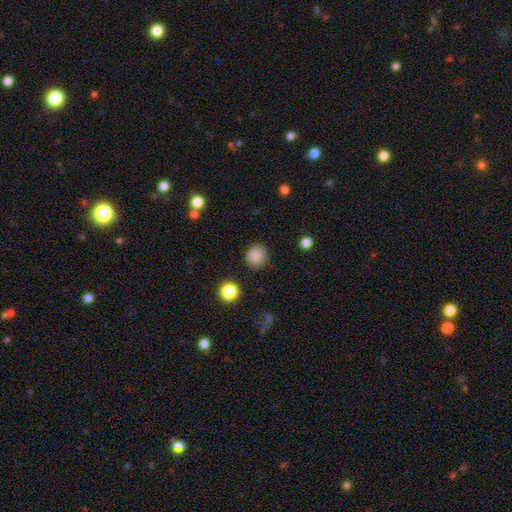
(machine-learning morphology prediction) smooth-or-featured: smooth: 86% | star or artifact: 10% | featured or disk: 3%
  how-rounded: round: 88% | in between: 11% | cigar-shaped: 1%
  merging: none: 87% | minor disturbance: 9% | major disturbance: 3% | merger: 2%